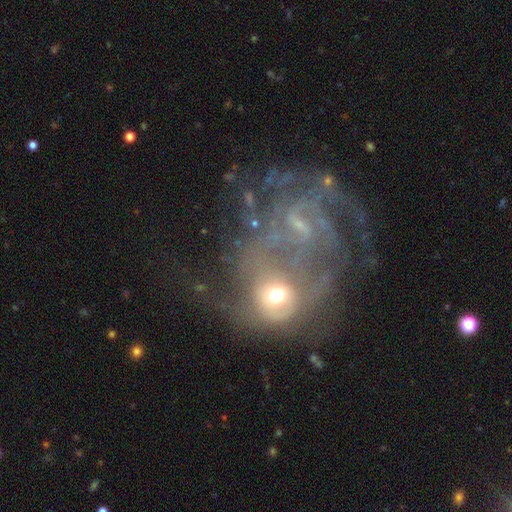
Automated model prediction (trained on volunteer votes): Morphology: type=featured or disk (72%); edge-on=no (97%); bar=no (60%); spiral arms=yes (69%); bulge=small (46%); merging=merger (47%).